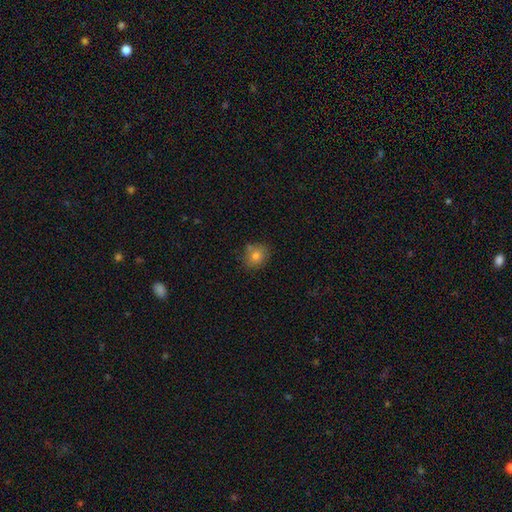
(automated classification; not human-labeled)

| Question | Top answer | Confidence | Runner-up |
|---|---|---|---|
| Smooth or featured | smooth | 78% | featured or disk (11%) |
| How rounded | round | 75% | in between (24%) |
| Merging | none | 72% | minor disturbance (16%) |